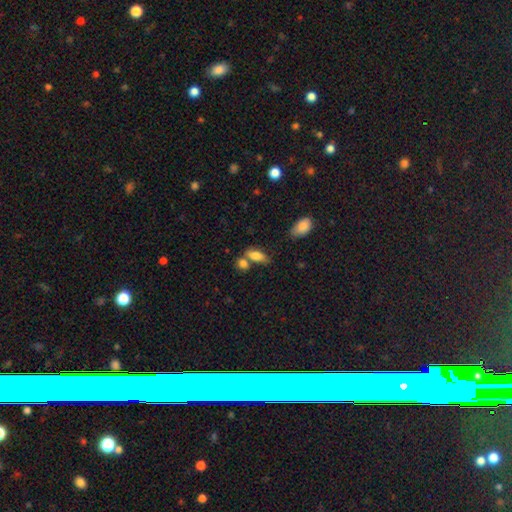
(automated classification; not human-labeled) Smooth or featured?
  - smooth: 80% *
  - featured or disk: 12%
  - star or artifact: 8%
How rounded?
  - in between: 81% *
  - cigar-shaped: 14%
  - round: 5%
Merging?
  - none: 47% *
  - merger: 30%
  - minor disturbance: 17%
  - major disturbance: 6%